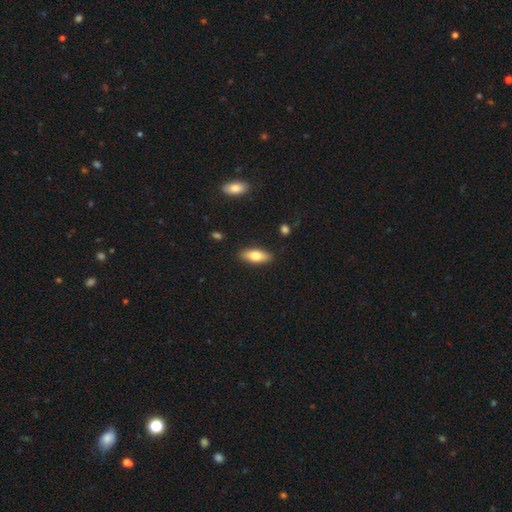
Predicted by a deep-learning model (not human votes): Smooth or featured? Predicted: smooth (p=0.73). How rounded? Predicted: in between (p=0.71). Merging? Predicted: none (p=0.87).